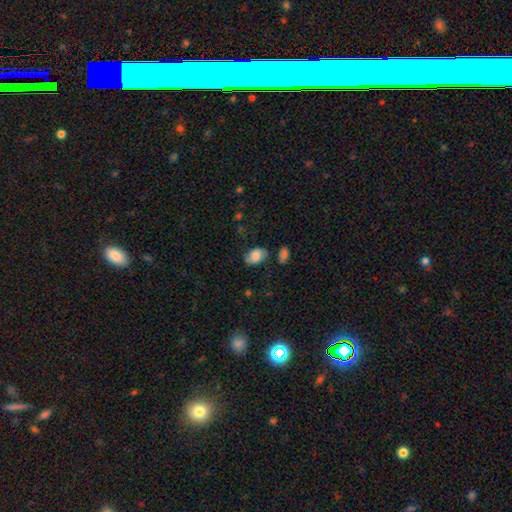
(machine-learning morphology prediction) smooth_or_featured: smooth (p=0.67) [alt: featured or disk p=0.25]
how_rounded: in between (p=0.85) [alt: round p=0.13]
merging: none (p=0.68) [alt: minor disturbance p=0.21]